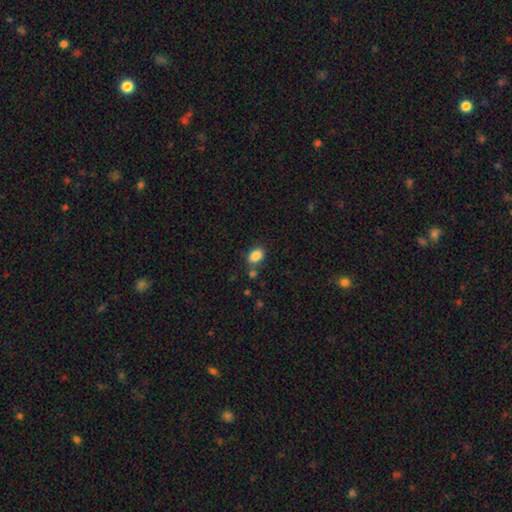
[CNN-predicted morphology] A smooth galaxy with no disk features (86%) that is in between round and cigar-shaped (78%).

Vote fractions:
- Smooth or featured? smooth: 86% / star or artifact: 9% / featured or disk: 4%
- How rounded? in between: 78% / round: 20% / cigar-shaped: 1%
- Merging? none: 70% / minor disturbance: 14% / merger: 11% / major disturbance: 4%